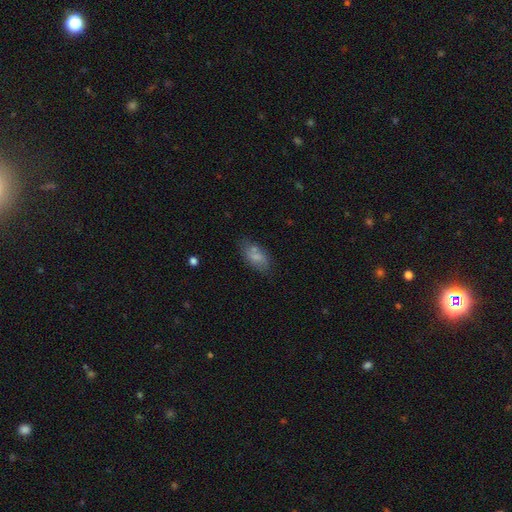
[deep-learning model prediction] The model was most divided on "merging": none: 62%, minor disturbance: 20%, merger: 11%, major disturbance: 6%. More confident: how rounded — in between (89%); smooth or featured — smooth (70%).